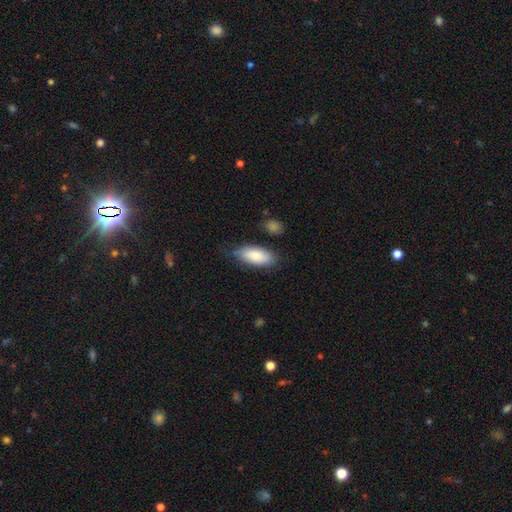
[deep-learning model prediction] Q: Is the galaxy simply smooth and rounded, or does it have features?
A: smooth — 83%.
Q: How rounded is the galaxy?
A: in between — 86%.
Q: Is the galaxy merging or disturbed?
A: none — 71%.